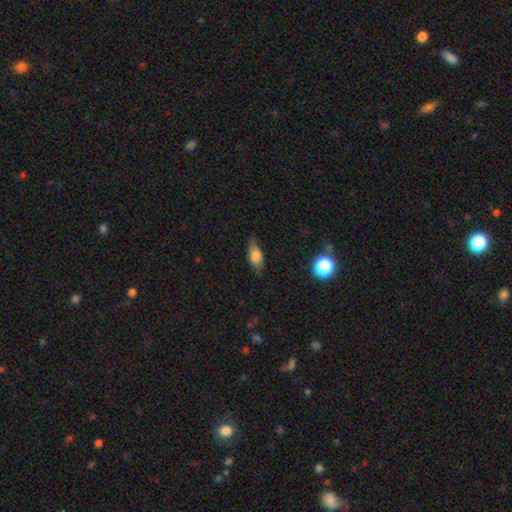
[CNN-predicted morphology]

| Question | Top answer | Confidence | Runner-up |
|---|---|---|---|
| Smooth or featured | smooth | 73% | featured or disk (18%) |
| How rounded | in between | 77% | cigar-shaped (16%) |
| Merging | none | 75% | minor disturbance (19%) |